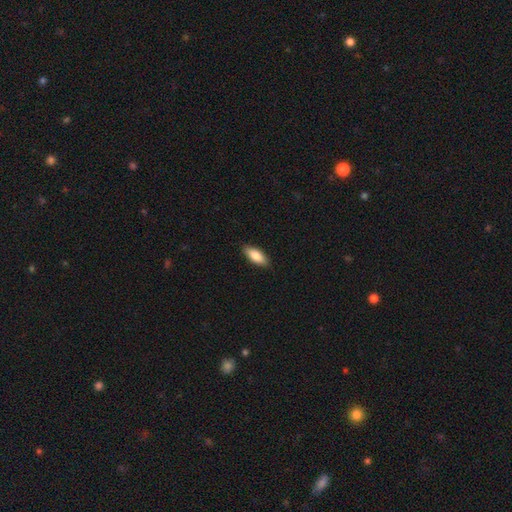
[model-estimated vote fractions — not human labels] This is clearly a smooth galaxy (84%). How rounded: likely in between (78%). Merging: clearly none (89%).